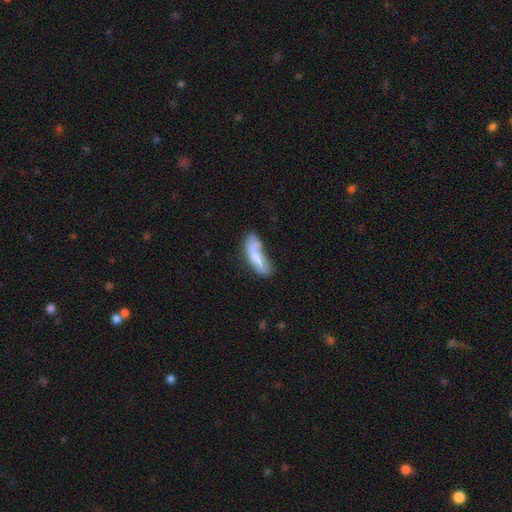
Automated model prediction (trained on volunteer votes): This appears to be a smooth galaxy with no disk features (67%) that is in between round and cigar-shaped (49%). Merging: none (38%).